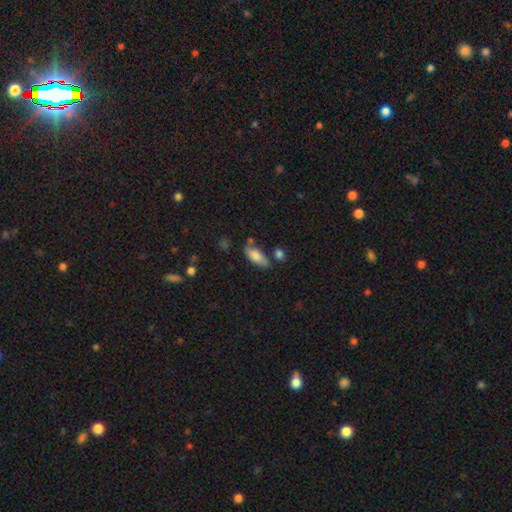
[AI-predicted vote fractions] Morphology: type=smooth (78%); roundness=in between (79%); merging=none (63%).